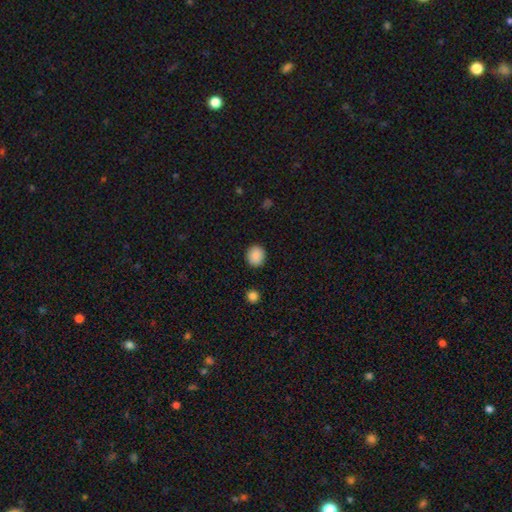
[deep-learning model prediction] Smooth or featured?
  - smooth: 88% *
  - star or artifact: 9%
  - featured or disk: 3%
How rounded?
  - round: 84% *
  - in between: 15%
  - cigar-shaped: 1%
Merging?
  - none: 91% *
  - minor disturbance: 6%
  - major disturbance: 2%
  - merger: 1%